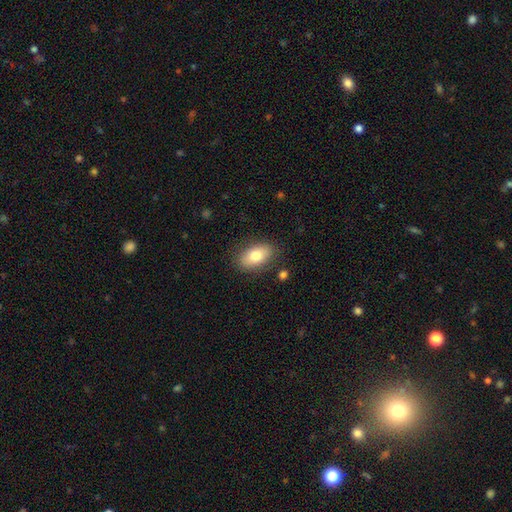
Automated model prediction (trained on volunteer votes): Overall: smooth (78%). How rounded: in between (91%). Merging: none (84%).